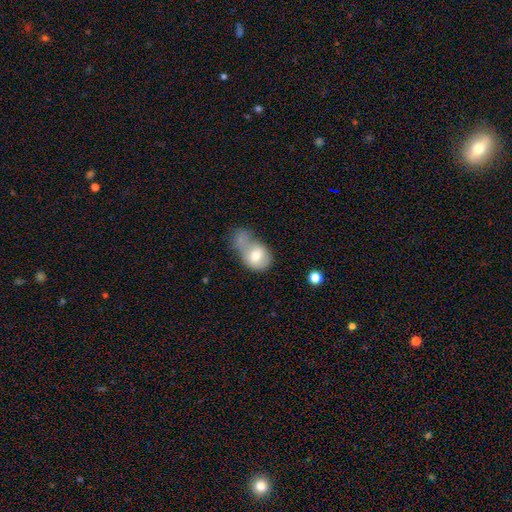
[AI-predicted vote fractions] smooth 71%, featured or disk 22%, star or artifact 7%. Down the decision tree: how rounded — in between (59%); merging — merger (50%).